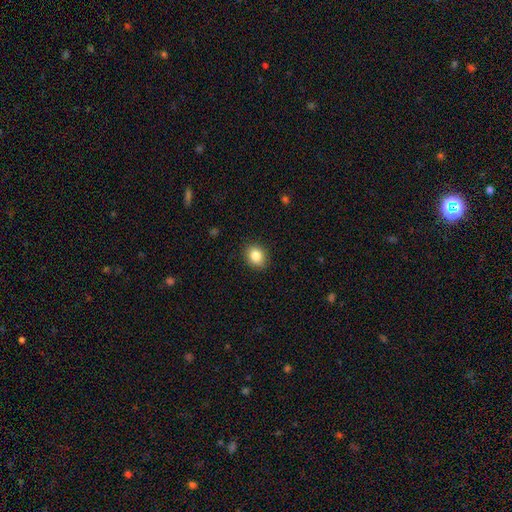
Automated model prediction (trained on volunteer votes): Smooth or featured?
  - smooth: 85% *
  - star or artifact: 9%
  - featured or disk: 6%
How rounded?
  - round: 55% *
  - in between: 44%
  - cigar-shaped: 1%
Merging?
  - none: 88% *
  - minor disturbance: 9%
  - major disturbance: 2%
  - merger: 1%